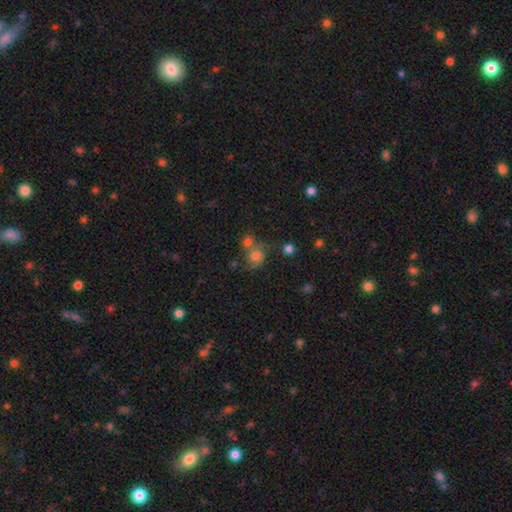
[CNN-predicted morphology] A smooth galaxy with no disk features (69%) that is round (77%).

Vote fractions:
- Smooth or featured? smooth: 69% / featured or disk: 17% / star or artifact: 13%
- How rounded? round: 77% / in between: 22% / cigar-shaped: 1%
- Merging? none: 45% / merger: 31% / minor disturbance: 15% / major disturbance: 8%